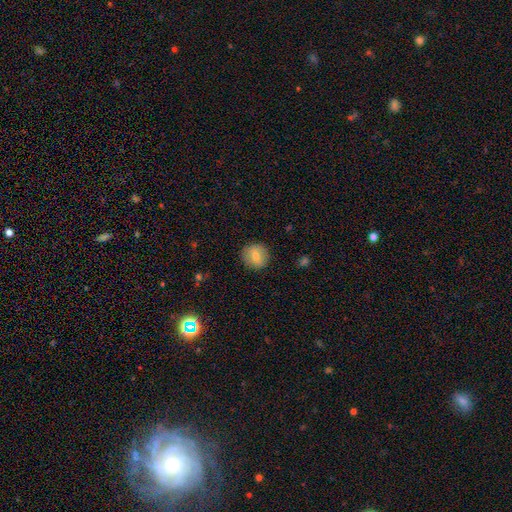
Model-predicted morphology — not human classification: Q: Smooth or featured?
A: smooth (72%); runner-up: featured or disk (19%)
Q: How rounded?
A: round (88%); runner-up: in between (11%)
Q: Merging?
A: none (90%); runner-up: minor disturbance (7%)